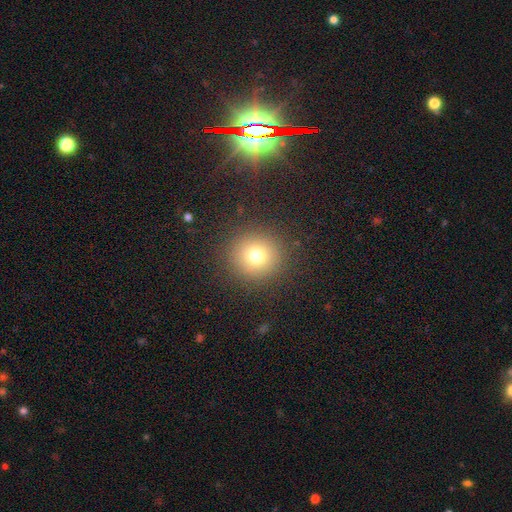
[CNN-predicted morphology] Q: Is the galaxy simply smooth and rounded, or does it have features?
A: smooth — 74%.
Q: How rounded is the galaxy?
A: round — 94%.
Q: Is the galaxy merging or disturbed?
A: none — 90%.